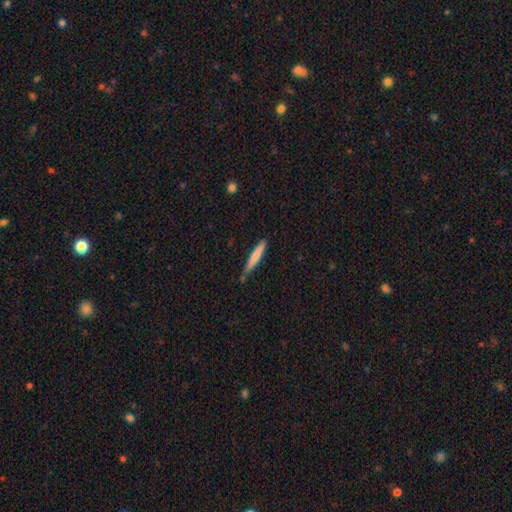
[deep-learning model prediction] smooth 73%, featured or disk 21%, star or artifact 5%. Down the decision tree: how rounded — cigar-shaped (94%); merging — none (78%).